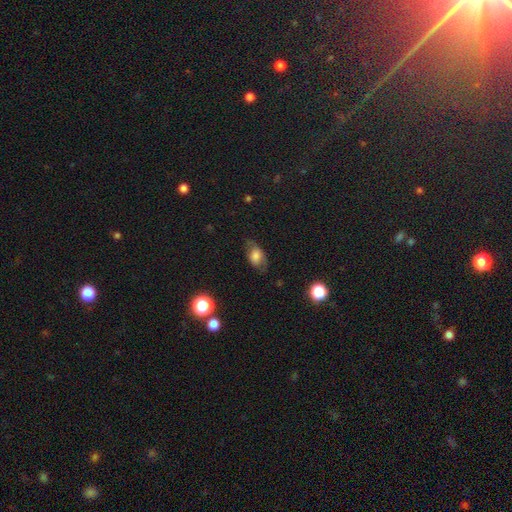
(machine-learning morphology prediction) smooth-or-featured: smooth: 65% | featured or disk: 23% | star or artifact: 11%
  how-rounded: in between: 82% | round: 15% | cigar-shaped: 3%
  merging: none: 62% | minor disturbance: 25% | major disturbance: 11% | merger: 2%